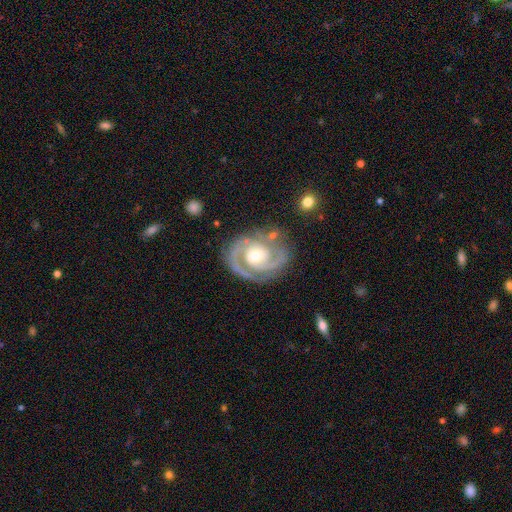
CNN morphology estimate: featured or disk 92%, smooth 4%, star or artifact 4%. Down the decision tree: edge-on disk — no (98%); bar — no (60%); spiral arms — yes (98%); spiral arm count — 2 (85%); spiral winding — tight (57%); bulge size — moderate (64%); merging — none (78%).